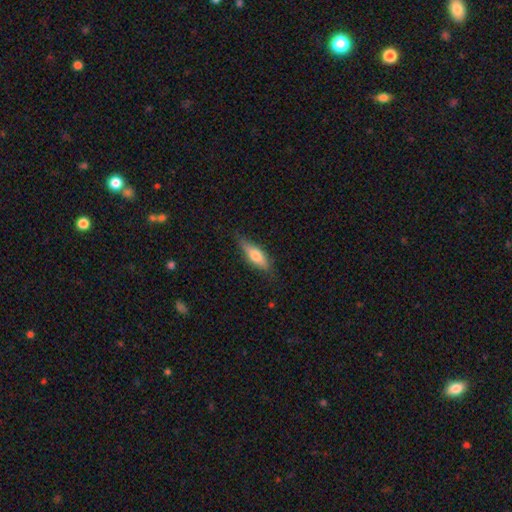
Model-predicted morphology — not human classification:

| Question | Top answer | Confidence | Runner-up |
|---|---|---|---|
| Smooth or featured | smooth | 61% | featured or disk (33%) |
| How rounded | cigar-shaped | 50% | in between (47%) |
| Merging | none | 77% | minor disturbance (18%) |